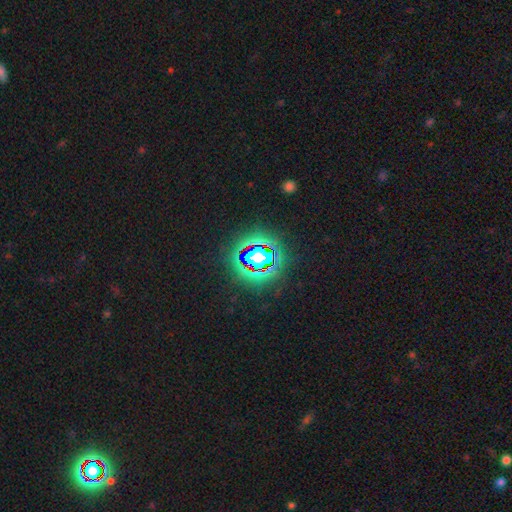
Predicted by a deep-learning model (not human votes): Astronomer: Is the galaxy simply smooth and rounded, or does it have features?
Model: star or artifact — 81%.